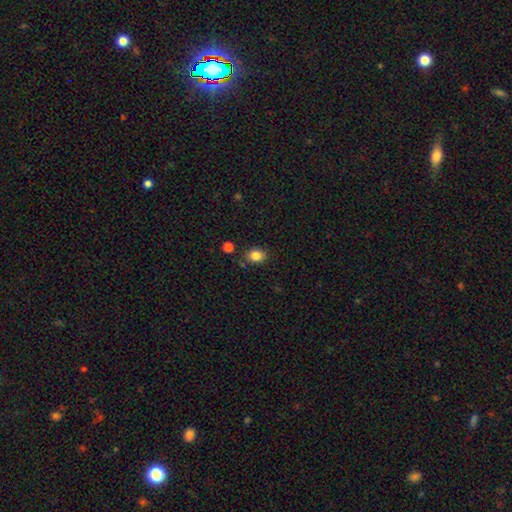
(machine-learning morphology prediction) smooth-or-featured: smooth: 85% | star or artifact: 10% | featured or disk: 5%
  how-rounded: in between: 57% | round: 42% | cigar-shaped: 1%
  merging: none: 81% | minor disturbance: 11% | merger: 4% | major disturbance: 3%